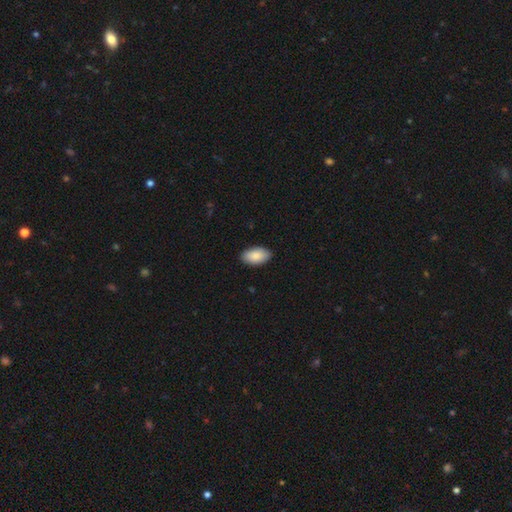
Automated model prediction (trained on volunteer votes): Smooth or featured? smooth (88%)
How rounded? in between (95%)
Merging? none (88%)